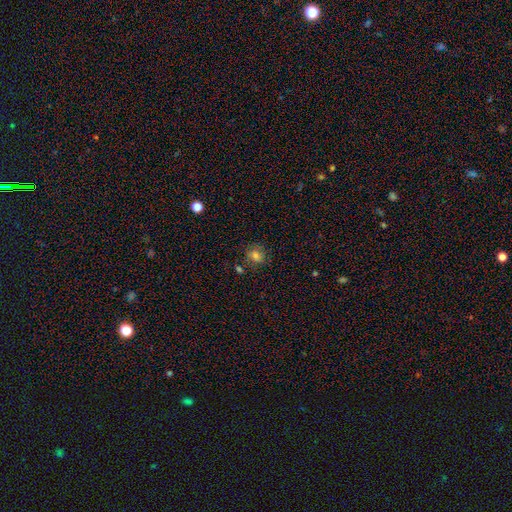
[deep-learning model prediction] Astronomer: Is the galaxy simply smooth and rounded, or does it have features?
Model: smooth — 72%.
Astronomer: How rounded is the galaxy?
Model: round — 72%.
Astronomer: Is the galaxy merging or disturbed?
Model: none — 77%.